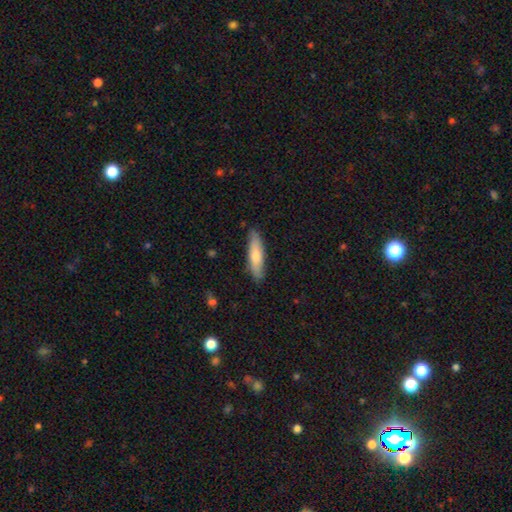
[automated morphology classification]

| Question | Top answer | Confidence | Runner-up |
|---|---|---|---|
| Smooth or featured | smooth | 72% | featured or disk (23%) |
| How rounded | cigar-shaped | 71% | in between (27%) |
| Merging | none | 85% | minor disturbance (11%) |